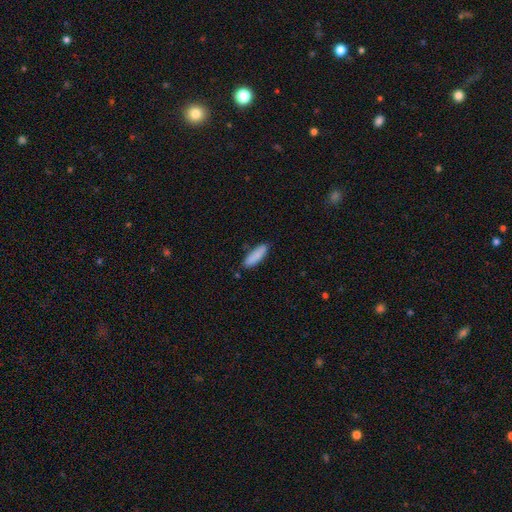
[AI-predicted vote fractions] This is clearly a smooth galaxy (88%). How rounded: possibly cigar-shaped (59%). Merging: clearly none (80%).